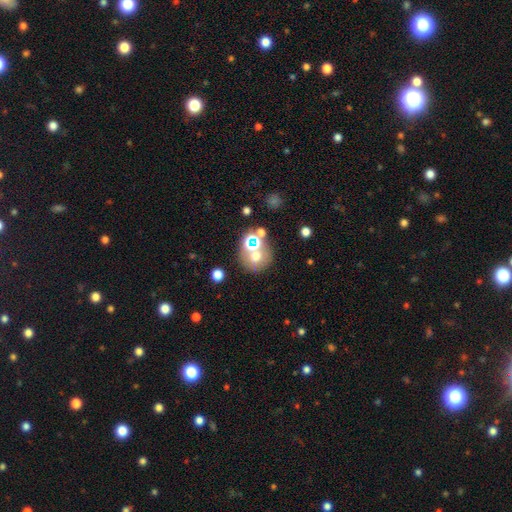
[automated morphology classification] type=smooth (58%); roundness=round (81%); merging=none (58%).